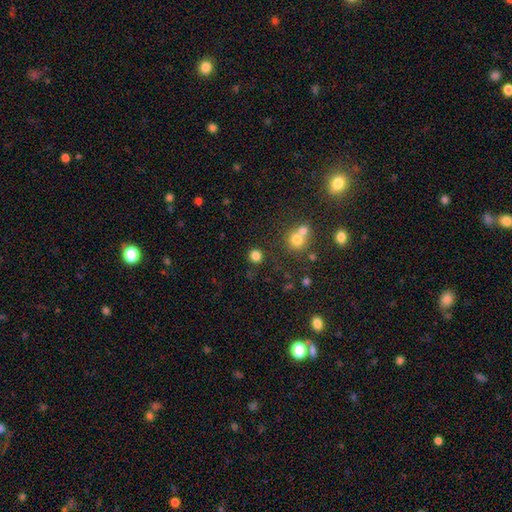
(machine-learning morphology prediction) Smooth or featured?
  - smooth: 80% *
  - star or artifact: 15%
  - featured or disk: 5%
How rounded?
  - round: 90% *
  - in between: 9%
  - cigar-shaped: 1%
Merging?
  - none: 80% *
  - merger: 9%
  - minor disturbance: 7%
  - major disturbance: 3%